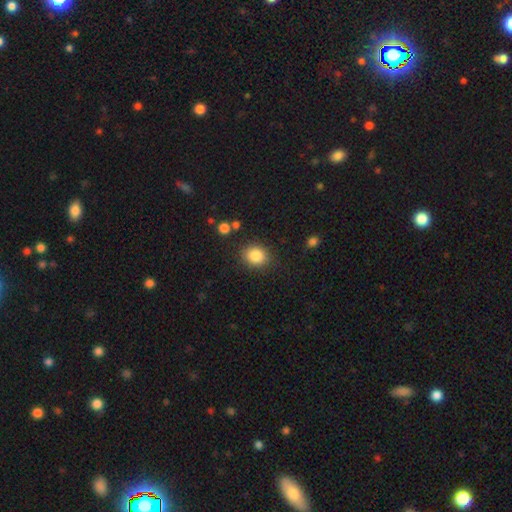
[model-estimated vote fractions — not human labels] This is clearly a smooth galaxy (85%). How rounded: possibly round (59%). Merging: clearly none (84%).